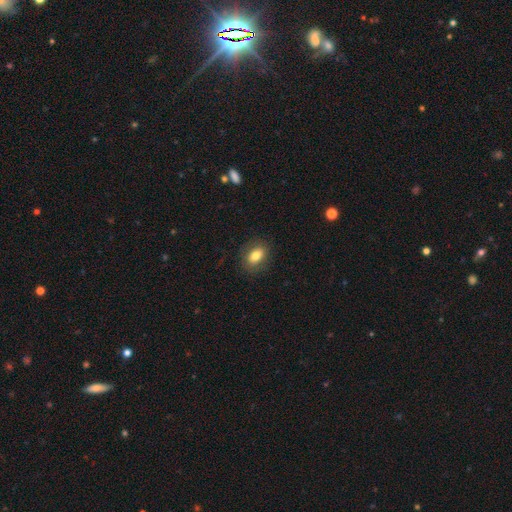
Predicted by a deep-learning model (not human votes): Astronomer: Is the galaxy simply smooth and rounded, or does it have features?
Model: smooth — 79%.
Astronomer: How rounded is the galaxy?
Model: in between — 81%.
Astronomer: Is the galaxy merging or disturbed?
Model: none — 84%.